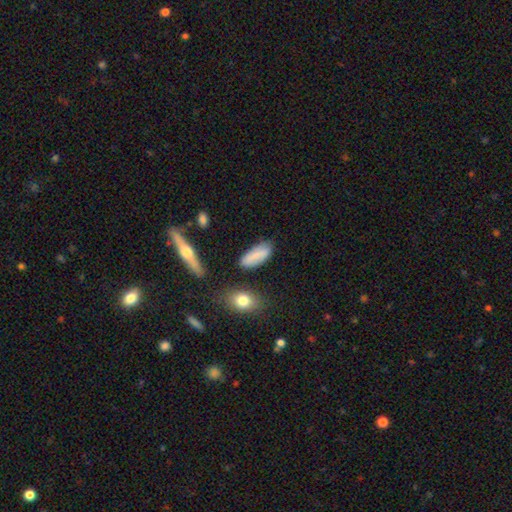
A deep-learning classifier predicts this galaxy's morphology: The model was most divided on "how rounded": in between: 76%, cigar-shaped: 21%, round: 3%. More confident: smooth or featured — smooth (77%); merging — none (76%).